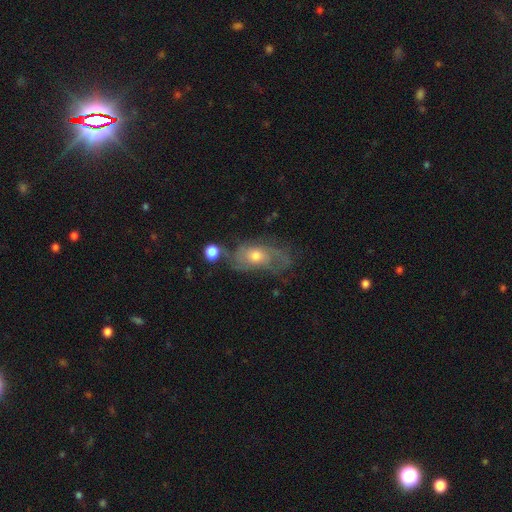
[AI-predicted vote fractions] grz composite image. It shows a featured or disk galaxy (62%) with no bar (79%), spiral arms (75%) and a moderate central bulge (62%). Merging: none (58%).